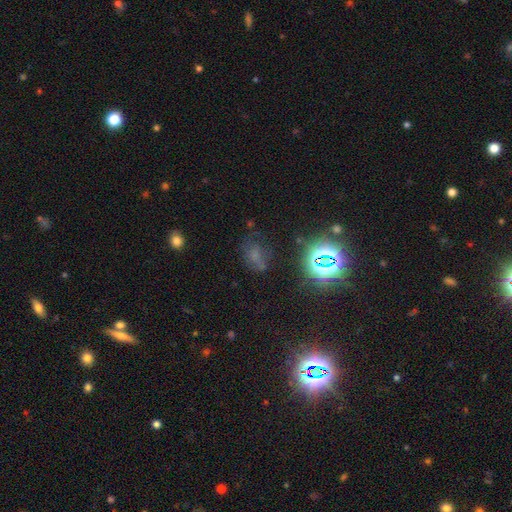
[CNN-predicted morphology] This appears to be a star or artifact, not a galaxy (44%).